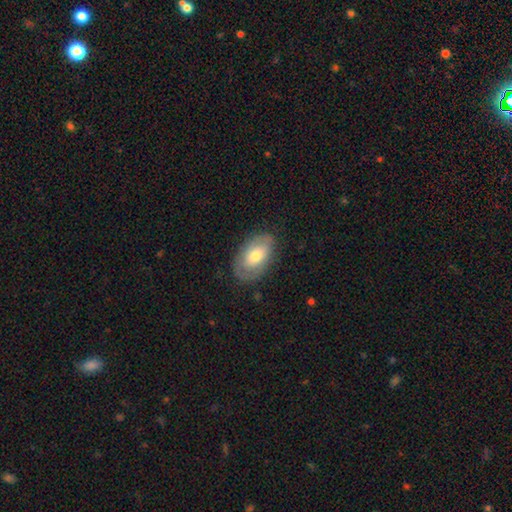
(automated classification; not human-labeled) Smooth or featured? Predicted: smooth (p=0.59). How rounded? Predicted: in between (p=0.91). Merging? Predicted: none (p=0.77).